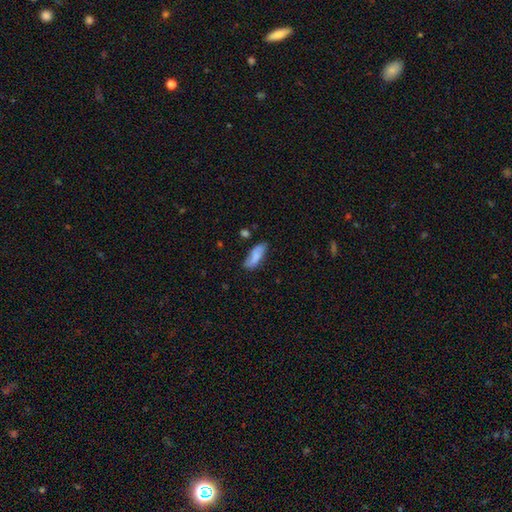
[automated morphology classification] Smooth or featured? smooth (75%)
How rounded? in between (71%)
Merging? none (62%)